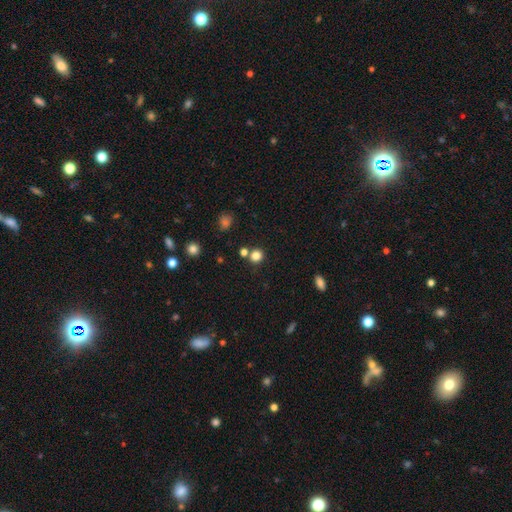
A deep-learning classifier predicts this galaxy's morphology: A smooth galaxy with no disk features (81%) that is round (88%). Merging: none (74%).